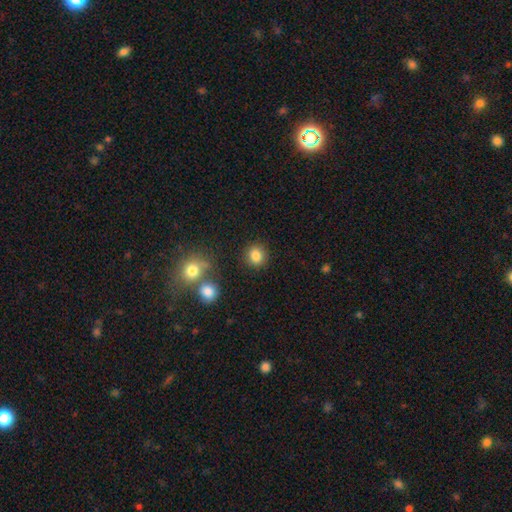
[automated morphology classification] Smooth or featured: smooth — 84% (star or artifact — 11%)
How rounded: round — 85% (in between — 14%)
Merging: none — 86% (minor disturbance — 7%)